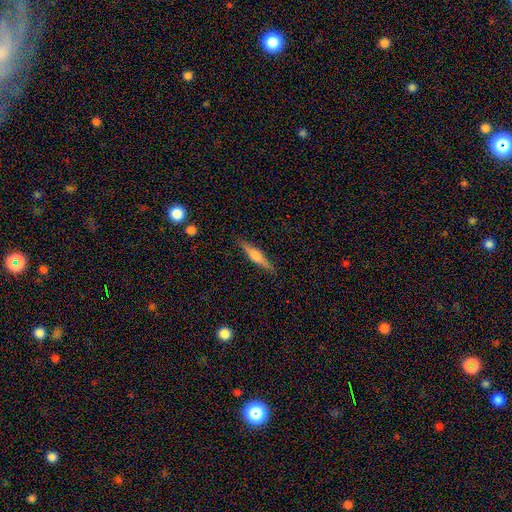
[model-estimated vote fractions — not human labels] A featured or disk galaxy (53%) viewed edge-on (96%) with a rounded central bulge (74%).

Vote fractions:
- Smooth or featured? featured or disk: 53% / smooth: 40% / star or artifact: 7%
- Edge-on disk? yes: 96% / no: 4%
- Edge-on bulge? rounded: 74% / boxy: 17% / none: 9%
- Merging? none: 88% / minor disturbance: 8% / major disturbance: 2% / merger: 1%